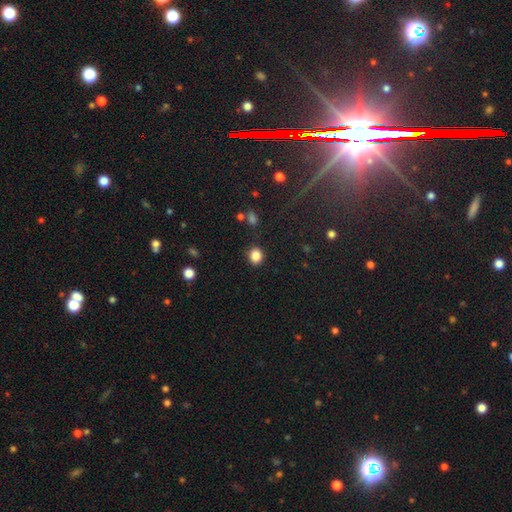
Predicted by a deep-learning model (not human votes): A smooth galaxy with no disk features (85%) that is round (71%). Merging: none (86%).